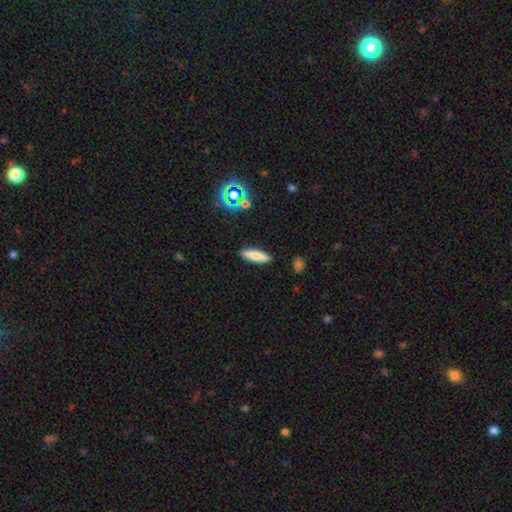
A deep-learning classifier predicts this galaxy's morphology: smooth_or_featured: smooth (p=0.75) [alt: featured or disk p=0.17]
how_rounded: cigar-shaped (p=0.73) [alt: in between p=0.24]
merging: none (p=0.90) [alt: minor disturbance p=0.07]